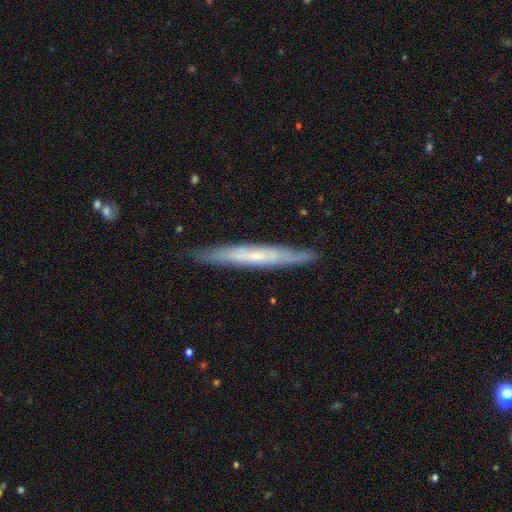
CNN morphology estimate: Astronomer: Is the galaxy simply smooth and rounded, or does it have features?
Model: featured or disk — 58% (runner-up: smooth, 36%).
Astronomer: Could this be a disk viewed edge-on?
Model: yes — 85%.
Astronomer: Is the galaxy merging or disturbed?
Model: none — 86%.